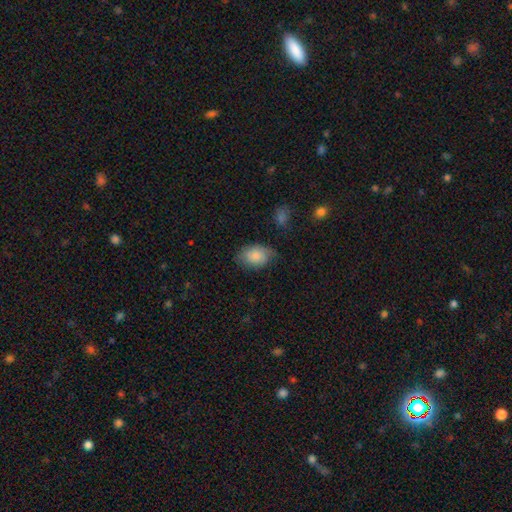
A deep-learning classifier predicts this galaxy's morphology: type=smooth (76%); roundness=in between (82%); merging=none (61%).